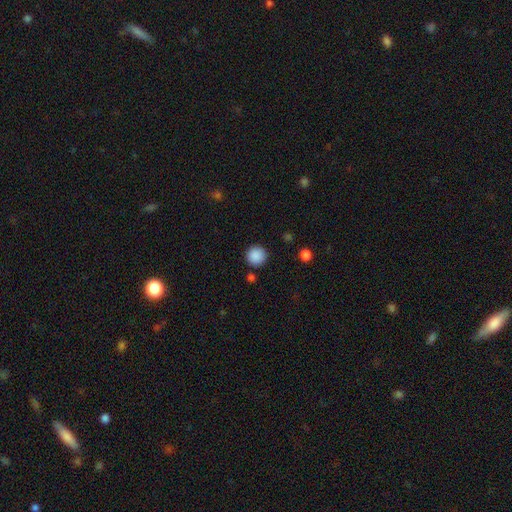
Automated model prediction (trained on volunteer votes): smooth_or_featured: smooth (p=0.89) [alt: star or artifact p=0.09]
how_rounded: round (p=0.95) [alt: in between p=0.04]
merging: none (p=0.89) [alt: minor disturbance p=0.06]